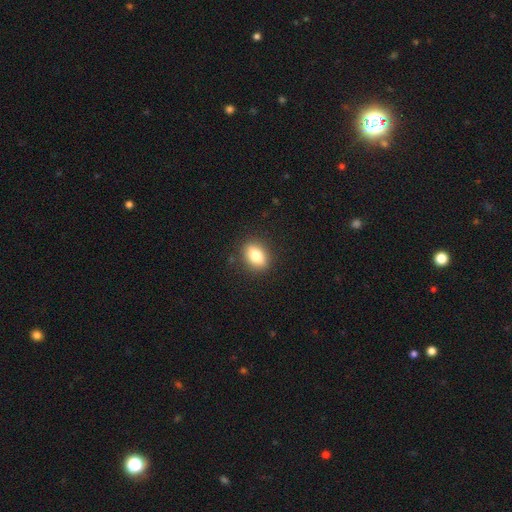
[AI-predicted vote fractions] This appears to be a smooth galaxy with no disk features (78%) that is in between round and cigar-shaped (74%). Merging: none (88%).